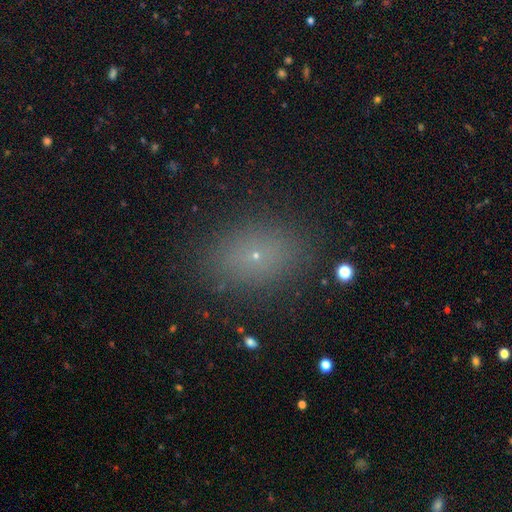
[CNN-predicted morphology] Smooth or featured? smooth (66%)
How rounded? in between (72%)
Merging? none (85%)